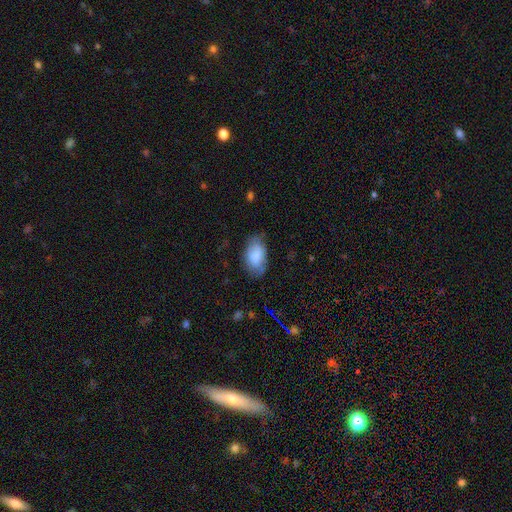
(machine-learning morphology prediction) Overall: smooth (76%). How rounded: in between (92%). Merging: none (65%; minor disturbance 25%).